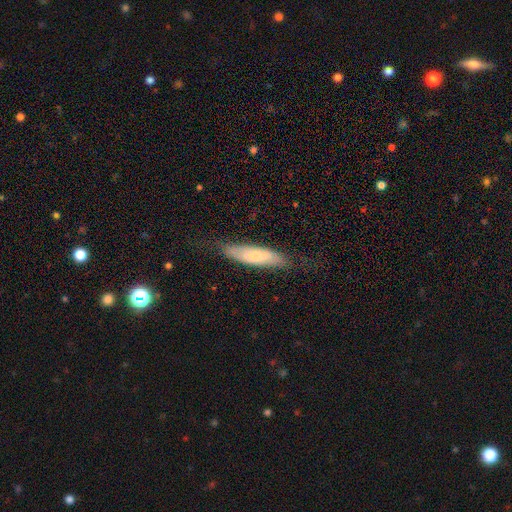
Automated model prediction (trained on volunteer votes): Smooth or featured: smooth — 57% (featured or disk — 36%)
How rounded: cigar-shaped — 62% (in between — 36%)
Merging: none — 70% (minor disturbance — 21%)